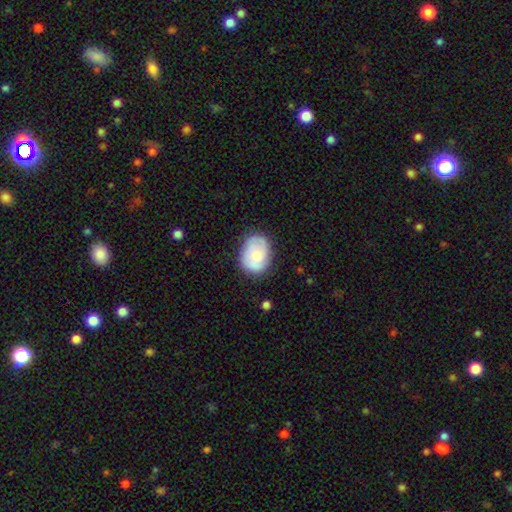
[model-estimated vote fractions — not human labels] smooth-or-featured: smooth: 57% | featured or disk: 36% | star or artifact: 6%
  how-rounded: in between: 59% | round: 40% | cigar-shaped: 1%
  merging: none: 72% | minor disturbance: 21% | major disturbance: 6% | merger: 2%